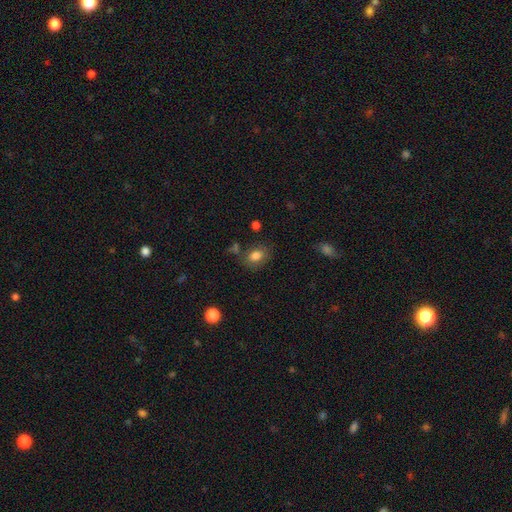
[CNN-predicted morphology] smooth_or_featured: smooth (p=0.81) [alt: star or artifact p=0.10]
how_rounded: in between (p=0.67) [alt: round p=0.32]
merging: none (p=0.71) [alt: minor disturbance p=0.17]